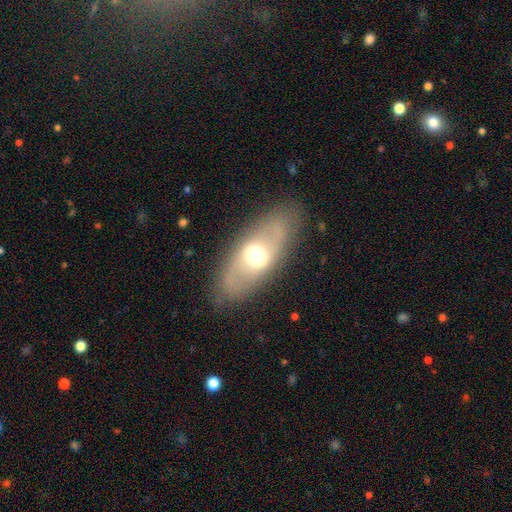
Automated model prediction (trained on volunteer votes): Smooth or featured? Predicted: featured or disk (p=0.47). Merging? Predicted: none (p=0.84).